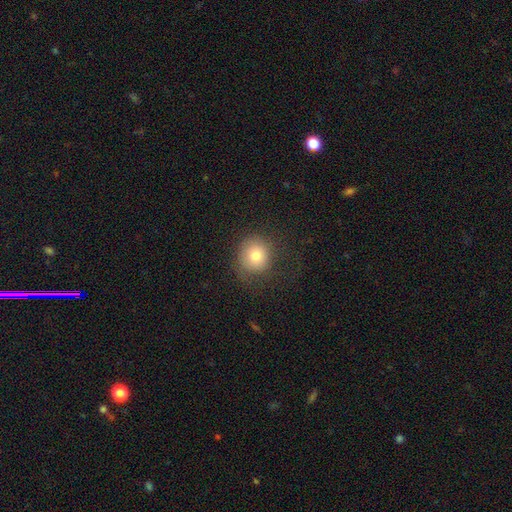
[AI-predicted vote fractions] Morphology: type=smooth (77%); roundness=round (87%); merging=none (68%).